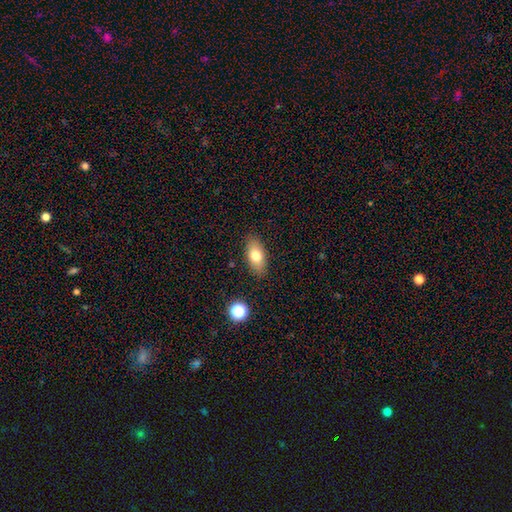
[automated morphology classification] smooth 75%, featured or disk 17%, star or artifact 8%. Down the decision tree: how rounded — in between (87%); merging — none (86%).